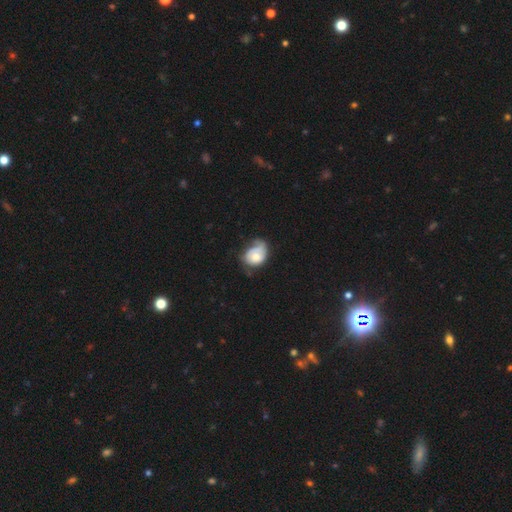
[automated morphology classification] type=smooth (51%); roundness=in between (67%); merging=minor disturbance (35%).